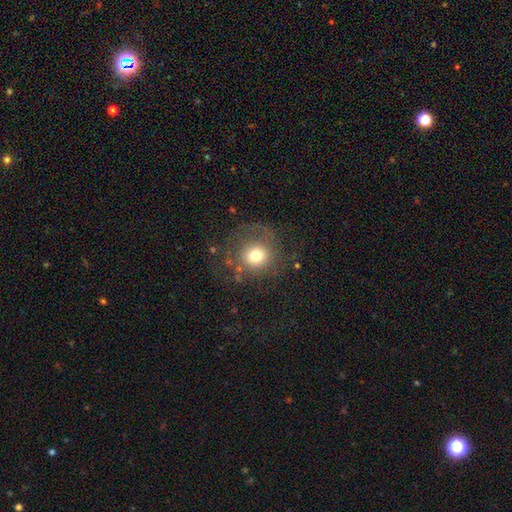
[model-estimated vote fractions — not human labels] smooth 71%, featured or disk 16%, star or artifact 13%. Down the decision tree: how rounded — round (90%); merging — none (70%).